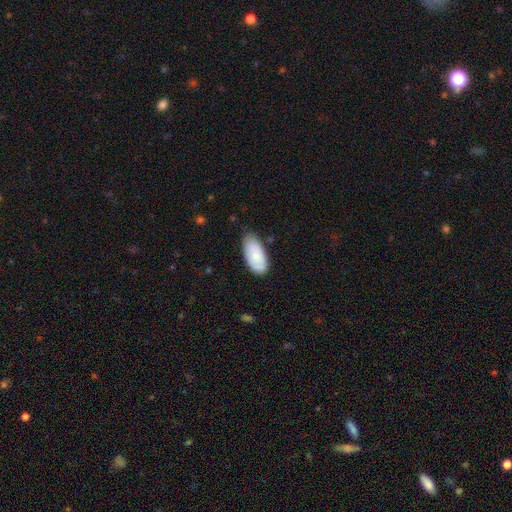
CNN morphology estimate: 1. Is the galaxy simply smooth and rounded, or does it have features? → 82% smooth, 12% featured or disk, 6% star or artifact.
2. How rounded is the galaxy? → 93% in between, 6% cigar-shaped, 2% round.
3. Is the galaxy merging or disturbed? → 73% none, 22% minor disturbance, 3% major disturbance, 2% merger.